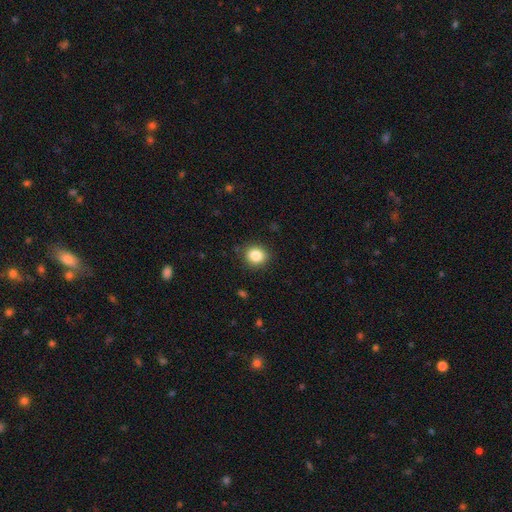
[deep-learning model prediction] smooth 85%, star or artifact 10%, featured or disk 5%. Down the decision tree: how rounded — round (75%); merging — none (88%).